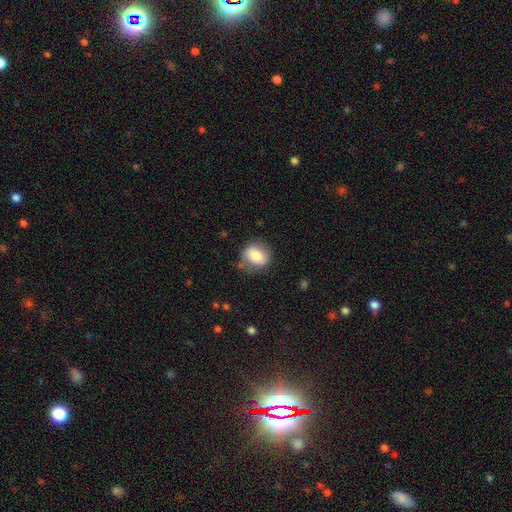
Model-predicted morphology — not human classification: smooth_or_featured: smooth (p=0.77) [alt: featured or disk p=0.15]
how_rounded: round (p=0.61) [alt: in between p=0.38]
merging: none (p=0.76) [alt: minor disturbance p=0.17]